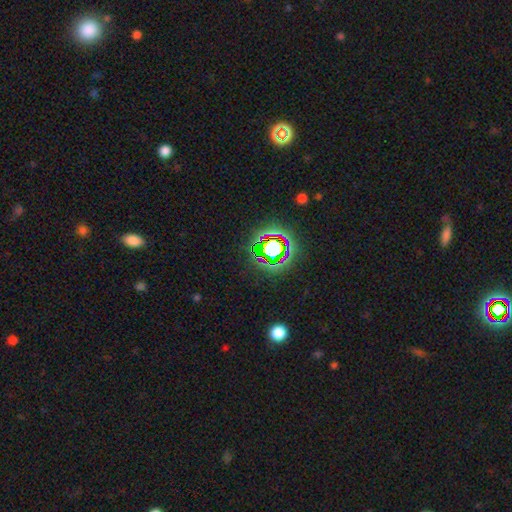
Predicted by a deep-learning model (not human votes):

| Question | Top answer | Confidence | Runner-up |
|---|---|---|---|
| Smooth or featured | star or artifact | 77% | smooth (14%) |